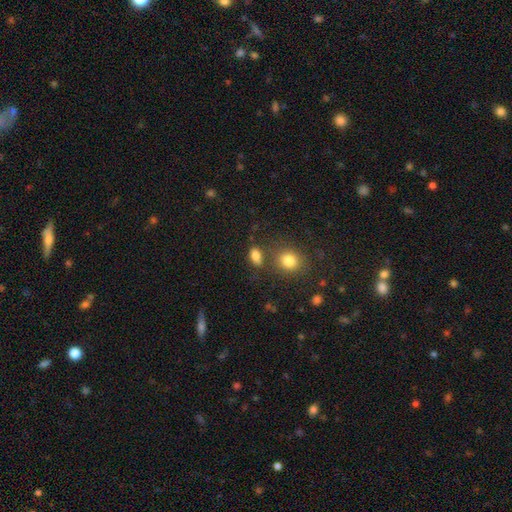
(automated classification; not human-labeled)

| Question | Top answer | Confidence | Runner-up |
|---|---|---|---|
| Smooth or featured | smooth | 82% | star or artifact (11%) |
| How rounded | in between | 82% | round (15%) |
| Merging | none | 66% | minor disturbance (15%) |